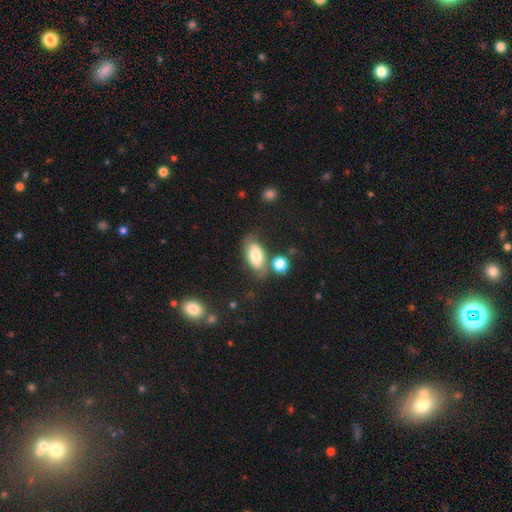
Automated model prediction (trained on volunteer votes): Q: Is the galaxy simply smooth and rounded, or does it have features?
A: smooth — 73%.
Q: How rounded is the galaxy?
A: in between — 91%.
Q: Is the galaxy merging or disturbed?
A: none — 63%.